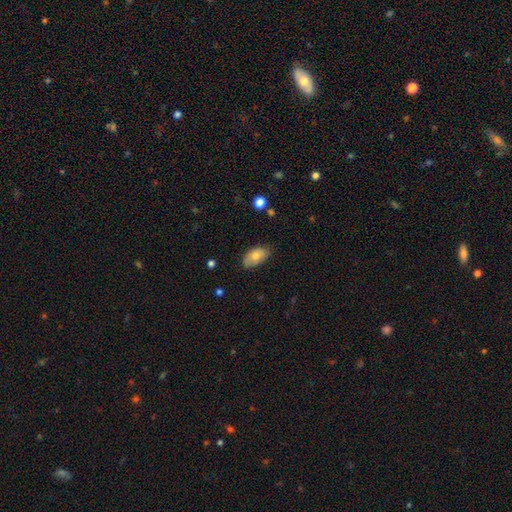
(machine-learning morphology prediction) A smooth galaxy with no disk features (73%) that is in between round and cigar-shaped (93%).

Vote fractions:
- Smooth or featured? smooth: 73% / featured or disk: 20% / star or artifact: 7%
- How rounded? in between: 93% / round: 5% / cigar-shaped: 2%
- Merging? none: 76% / minor disturbance: 20% / major disturbance: 3% / merger: 1%